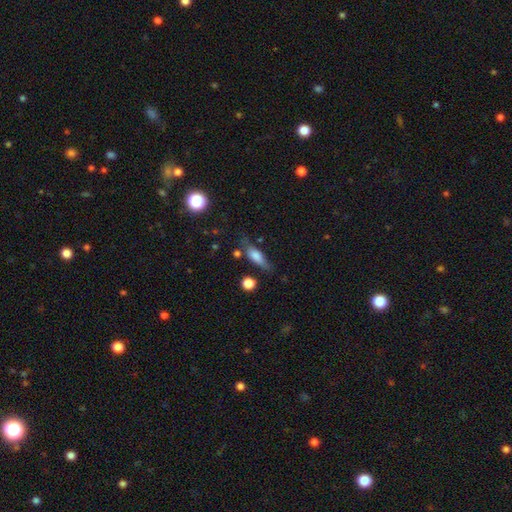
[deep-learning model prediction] Smooth or featured? smooth (70%)
How rounded? in between (56%)
Merging? none (55%)